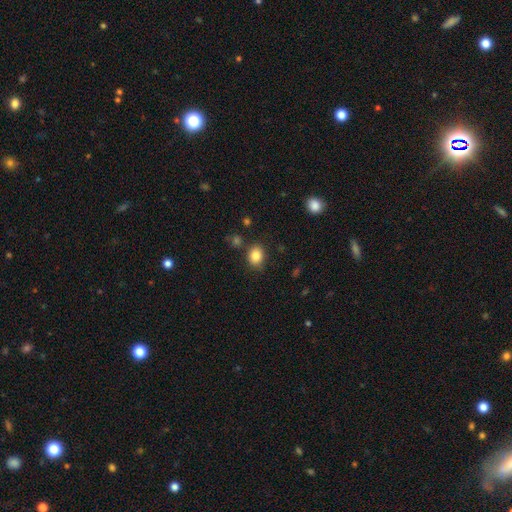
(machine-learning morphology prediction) smooth-or-featured: smooth: 84% | star or artifact: 10% | featured or disk: 6%
  how-rounded: round: 53% | in between: 46% | cigar-shaped: 1%
  merging: none: 80% | minor disturbance: 12% | merger: 4% | major disturbance: 3%